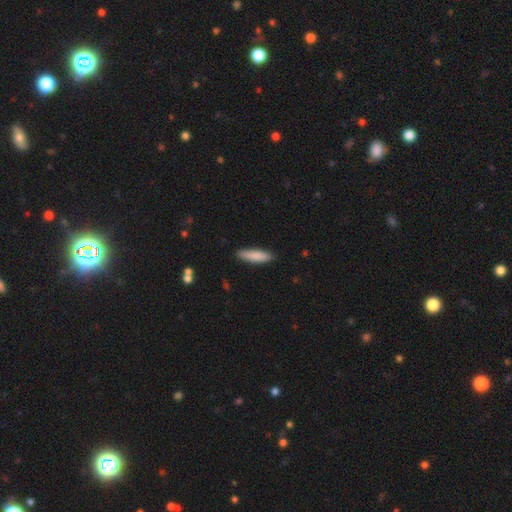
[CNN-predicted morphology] smooth 84%, featured or disk 10%, star or artifact 6%. Down the decision tree: how rounded — cigar-shaped (71%); merging — none (86%).